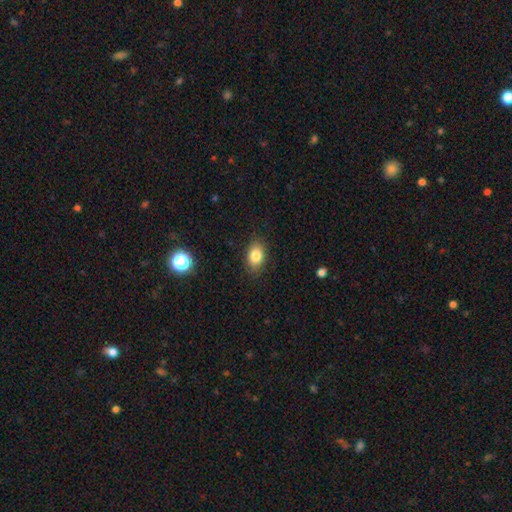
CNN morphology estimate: Q: Smooth or featured?
A: smooth (82%); runner-up: star or artifact (9%)
Q: How rounded?
A: in between (82%); runner-up: round (16%)
Q: Merging?
A: none (85%); runner-up: minor disturbance (11%)